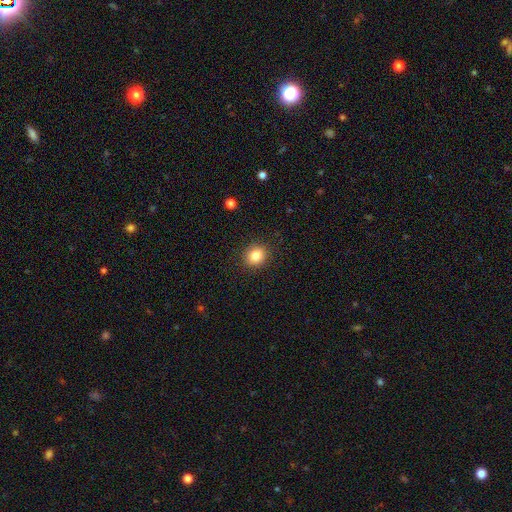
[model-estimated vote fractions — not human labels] Smooth or featured: smooth — 84% (star or artifact — 10%)
How rounded: round — 73% (in between — 26%)
Merging: none — 89% (minor disturbance — 8%)